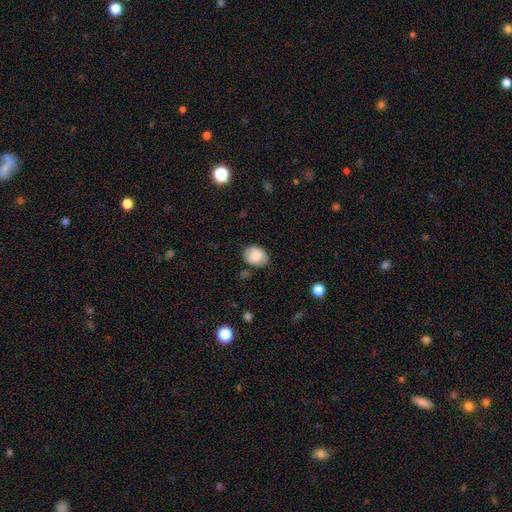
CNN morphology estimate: smooth 78%, featured or disk 14%, star or artifact 8%. Down the decision tree: how rounded — in between (62%); merging — none (68%).